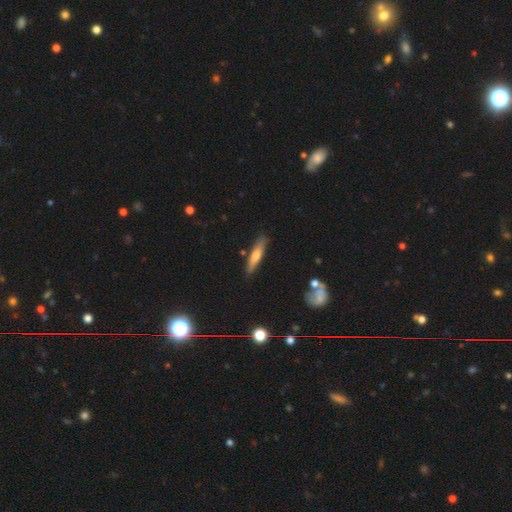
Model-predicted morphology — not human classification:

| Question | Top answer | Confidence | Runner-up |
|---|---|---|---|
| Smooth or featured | smooth | 58% | featured or disk (35%) |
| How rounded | cigar-shaped | 86% | in between (12%) |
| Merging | none | 85% | minor disturbance (10%) |